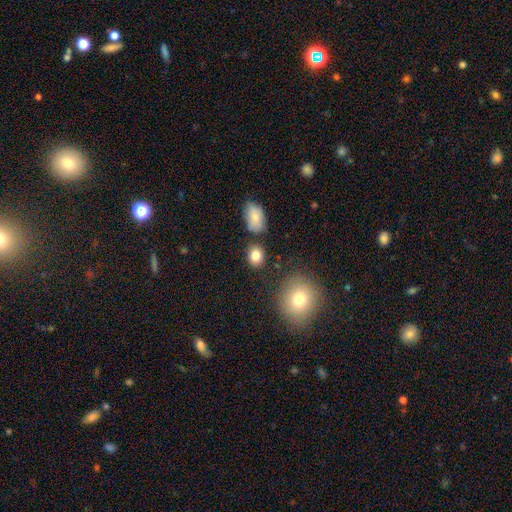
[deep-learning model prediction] A smooth galaxy with no disk features (83%) that is round (54%). Merging: none (81%).